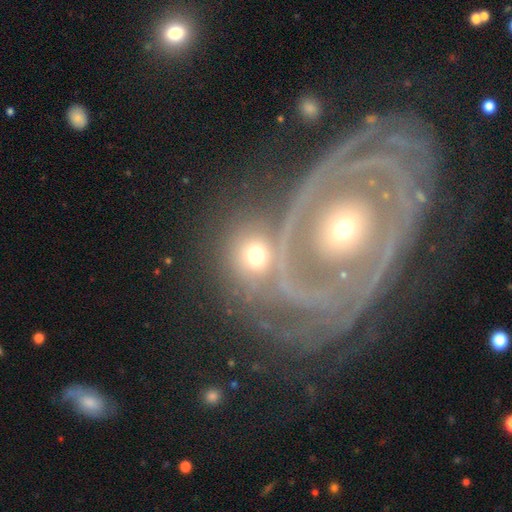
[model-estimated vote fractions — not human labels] smooth_or_featured: featured or disk (p=0.45) [alt: smooth p=0.40]
merging: none (p=0.37) [alt: merger p=0.36]